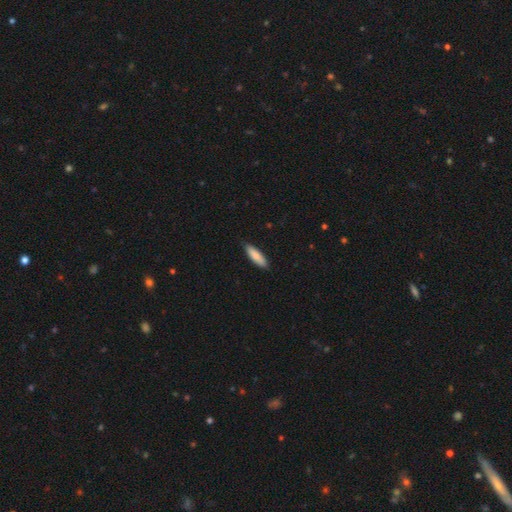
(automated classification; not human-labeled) Q: Smooth or featured?
A: smooth (85%); runner-up: featured or disk (9%)
Q: How rounded?
A: cigar-shaped (57%); runner-up: in between (41%)
Q: Merging?
A: none (87%); runner-up: minor disturbance (11%)